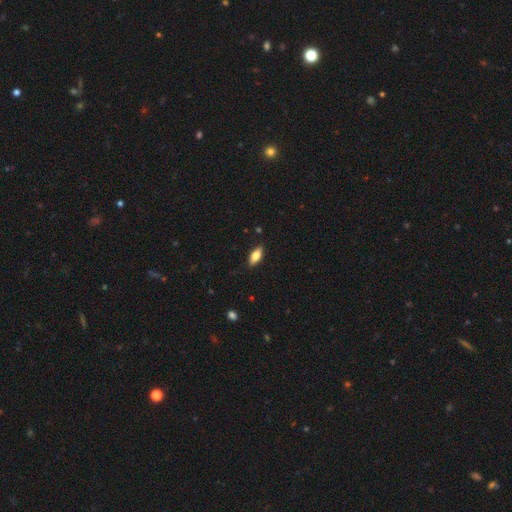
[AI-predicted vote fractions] Overall: smooth (71%). How rounded: in between (81%). Merging: none (87%).